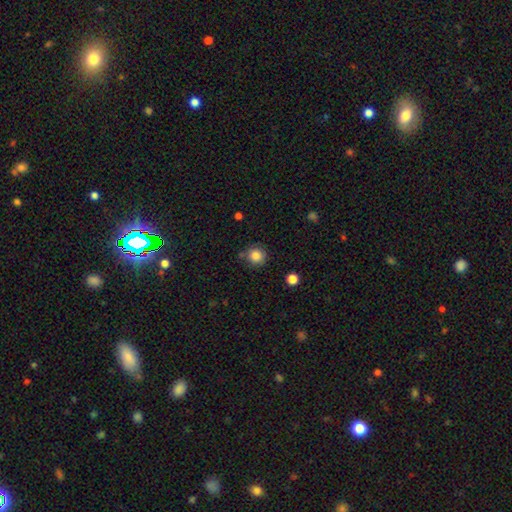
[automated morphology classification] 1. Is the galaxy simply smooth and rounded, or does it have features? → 85% smooth, 10% star or artifact, 5% featured or disk.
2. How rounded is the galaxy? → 92% round, 7% in between, 1% cigar-shaped.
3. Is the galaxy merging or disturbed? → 81% none, 12% minor disturbance, 4% merger, 3% major disturbance.